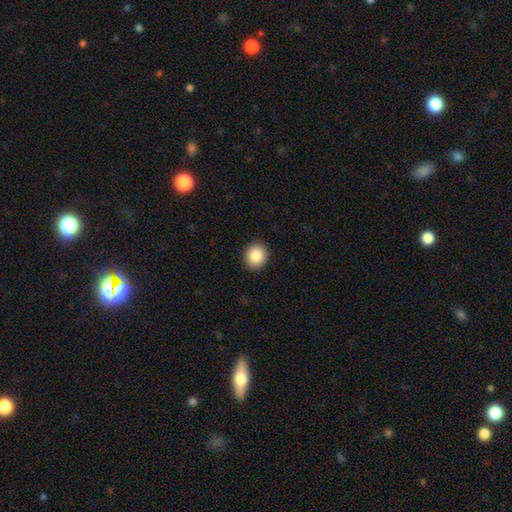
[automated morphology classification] A smooth galaxy with no disk features (85%) that is round (74%).

Vote fractions:
- Smooth or featured? smooth: 85% / star or artifact: 9% / featured or disk: 6%
- How rounded? round: 74% / in between: 26% / cigar-shaped: 1%
- Merging? none: 92% / minor disturbance: 6% / major disturbance: 2% / merger: 1%